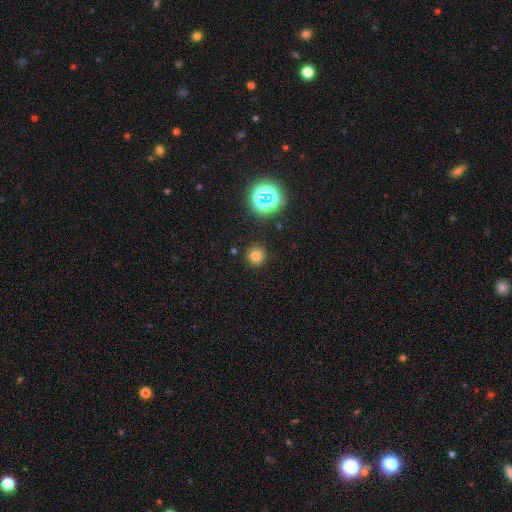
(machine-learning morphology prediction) A smooth galaxy with no disk features (72%) that is round (95%). Merging: none (90%).